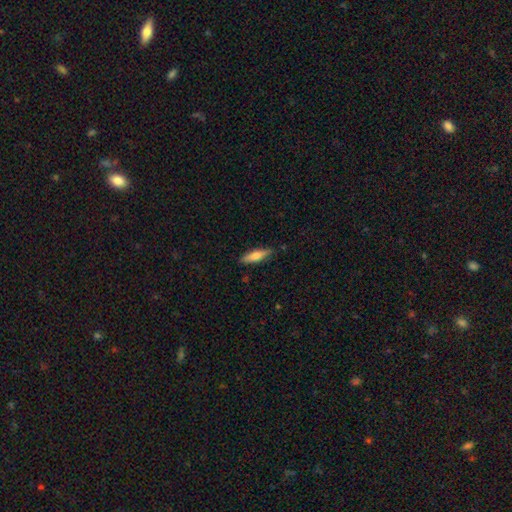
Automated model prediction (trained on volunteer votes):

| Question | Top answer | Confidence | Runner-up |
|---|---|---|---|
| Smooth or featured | smooth | 65% | featured or disk (29%) |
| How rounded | cigar-shaped | 70% | in between (28%) |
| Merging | none | 86% | minor disturbance (11%) |